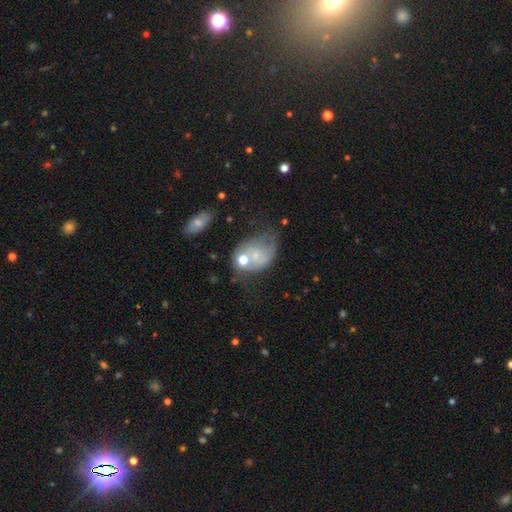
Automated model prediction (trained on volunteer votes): smooth-or-featured: smooth: 48% | featured or disk: 40% | star or artifact: 12%
  merging: major disturbance: 30% | merger: 24% | none: 23% | minor disturbance: 23%